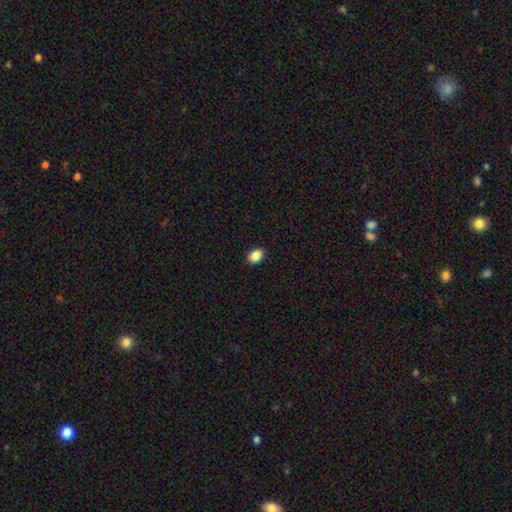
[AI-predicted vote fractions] smooth-or-featured: smooth: 87% | star or artifact: 9% | featured or disk: 4%
  how-rounded: in between: 70% | round: 29% | cigar-shaped: 1%
  merging: none: 90% | minor disturbance: 7% | major disturbance: 2% | merger: 1%